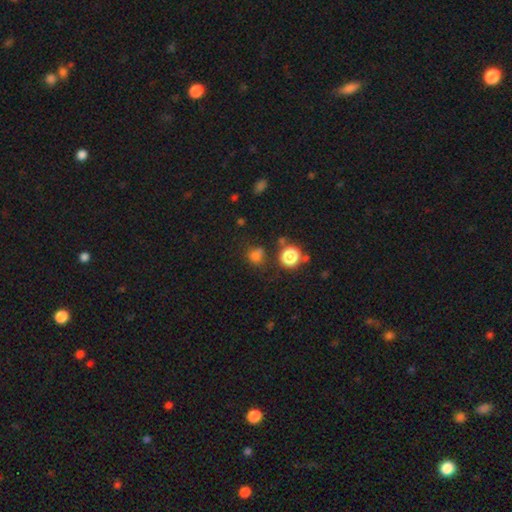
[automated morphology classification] smooth_or_featured: smooth (p=0.70) [alt: star or artifact p=0.23]
how_rounded: round (p=0.77) [alt: in between p=0.22]
merging: none (p=0.66) [alt: minor disturbance p=0.17]